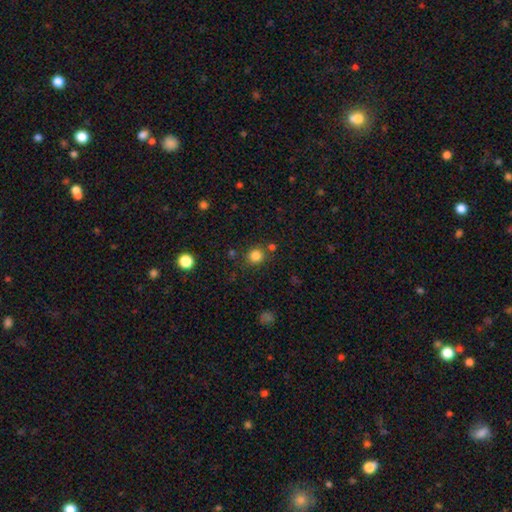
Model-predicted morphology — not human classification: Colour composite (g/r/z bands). It shows a smooth galaxy with no disk features (83%) that is round (89%). Merging: none (79%).